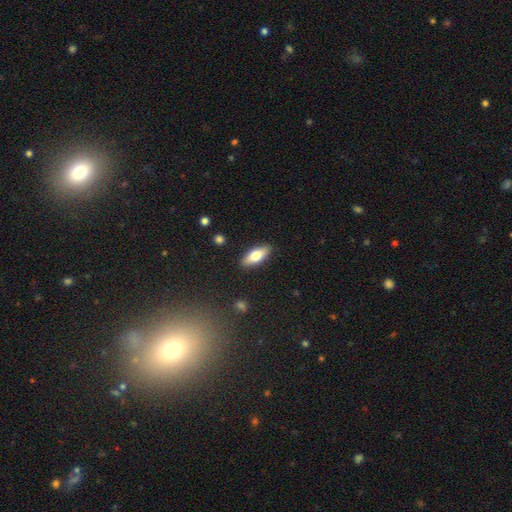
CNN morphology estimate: type=smooth (68%); roundness=in between (70%); merging=none (88%).